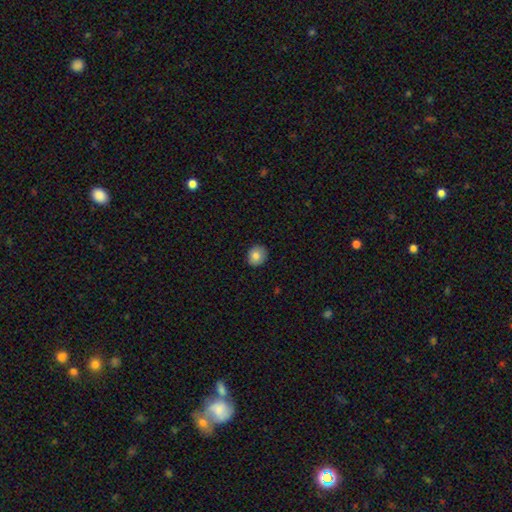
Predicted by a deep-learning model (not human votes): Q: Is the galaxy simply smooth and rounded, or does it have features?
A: smooth — 82%.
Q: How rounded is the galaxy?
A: round — 75%.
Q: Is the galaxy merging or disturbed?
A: none — 89%.